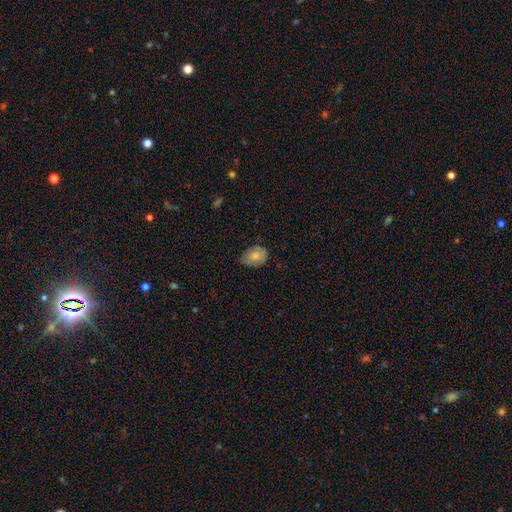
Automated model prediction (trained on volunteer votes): A smooth galaxy with no disk features (71%) that is in between round and cigar-shaped (71%). Merging: none (58%).